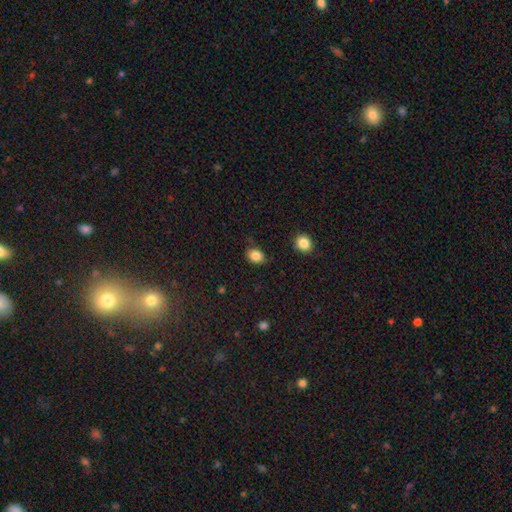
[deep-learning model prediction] A smooth galaxy with no disk features (85%) that is in between round and cigar-shaped (58%). Merging: none (81%).